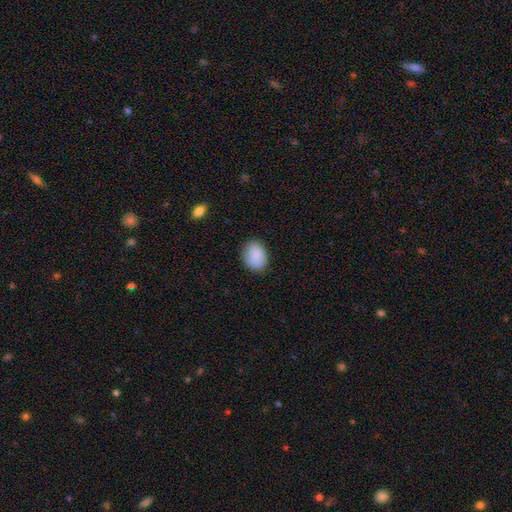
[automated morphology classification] The model was most divided on "how rounded": in between: 65%, round: 34%, cigar-shaped: 1%. More confident: smooth or featured — smooth (89%); merging — none (85%).